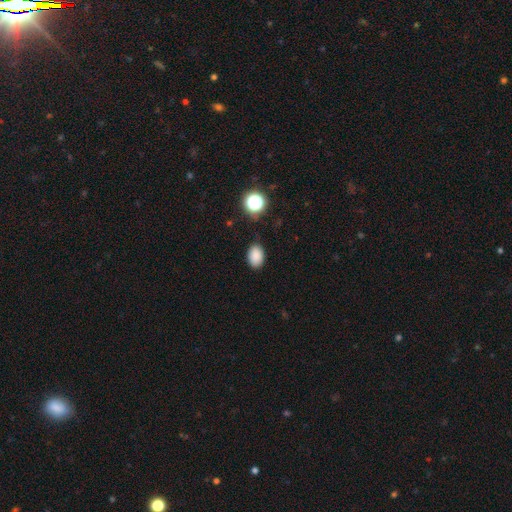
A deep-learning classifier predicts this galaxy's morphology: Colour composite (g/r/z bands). It shows a smooth galaxy with no disk features (86%) that is in between round and cigar-shaped (83%). Merging: none (83%).